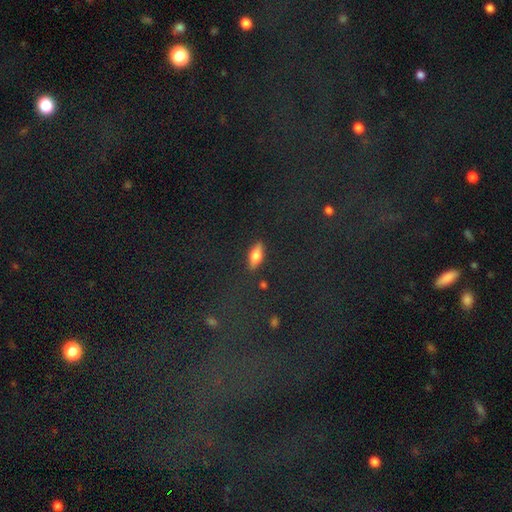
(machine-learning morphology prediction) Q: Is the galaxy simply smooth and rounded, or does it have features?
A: smooth — 65%.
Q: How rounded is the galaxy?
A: in between — 65%.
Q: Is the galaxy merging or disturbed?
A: none — 88%.